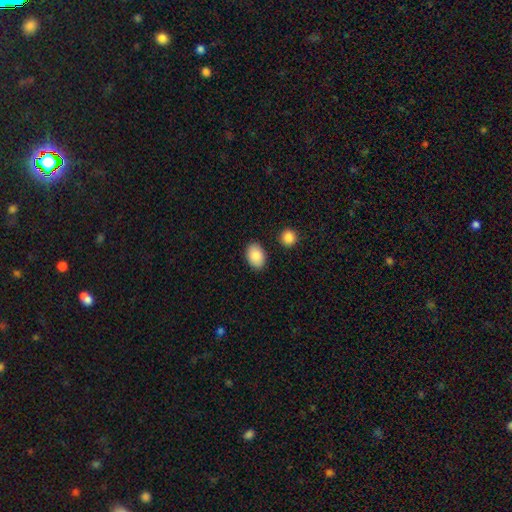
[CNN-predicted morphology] Smooth or featured? Predicted: smooth (p=0.88). How rounded? Predicted: in between (p=0.85). Merging? Predicted: none (p=0.86).